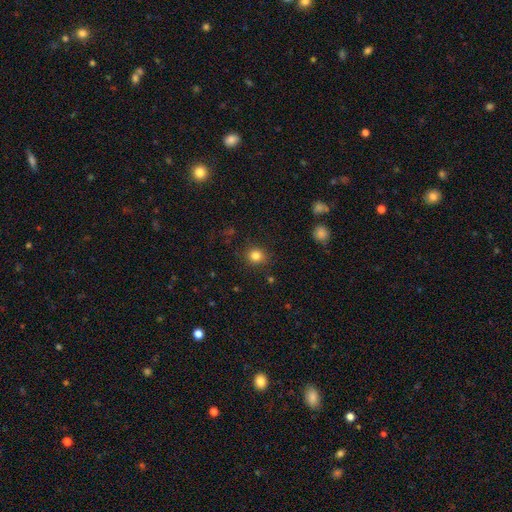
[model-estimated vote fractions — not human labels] Q: Smooth or featured?
A: smooth (82%); runner-up: star or artifact (12%)
Q: How rounded?
A: round (84%); runner-up: in between (15%)
Q: Merging?
A: none (87%); runner-up: minor disturbance (8%)